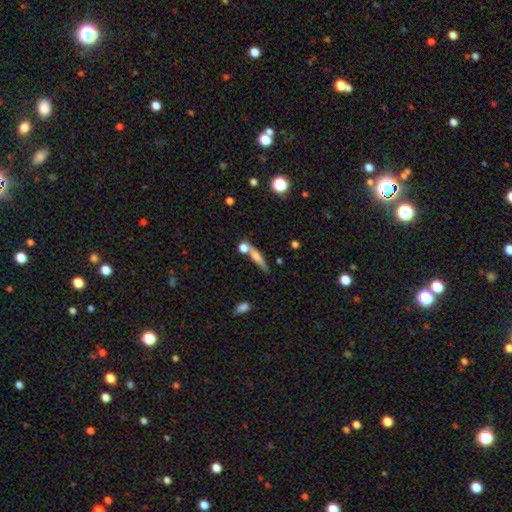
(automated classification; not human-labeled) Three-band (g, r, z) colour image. It shows a smooth galaxy with no disk features (58%) that is cigar-shaped (78%). Merging: none (58%).